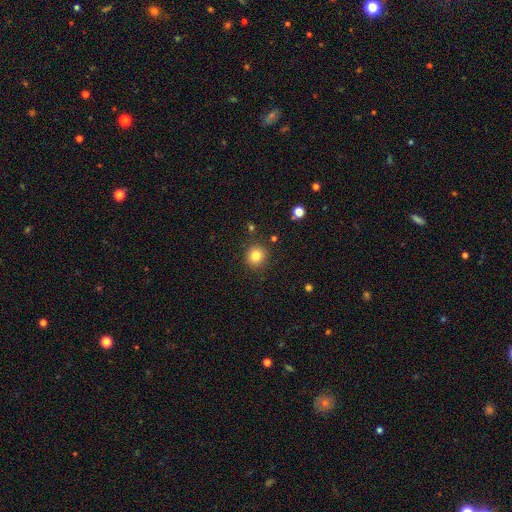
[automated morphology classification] Q: Smooth or featured?
A: smooth (81%); runner-up: star or artifact (12%)
Q: How rounded?
A: round (90%); runner-up: in between (9%)
Q: Merging?
A: none (88%); runner-up: minor disturbance (7%)